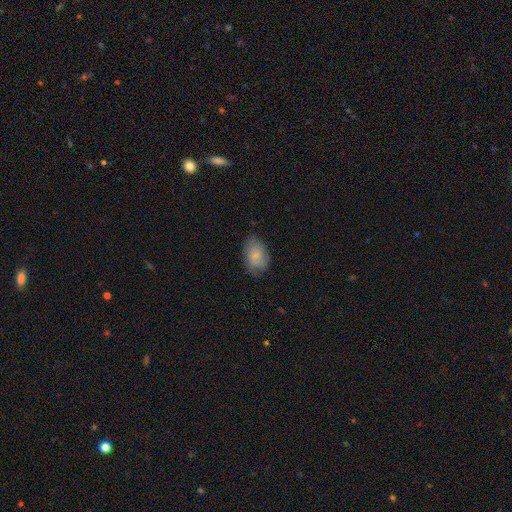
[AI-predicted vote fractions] Smooth or featured? Predicted: smooth (p=0.77). How rounded? Predicted: in between (p=0.88). Merging? Predicted: none (p=0.74).